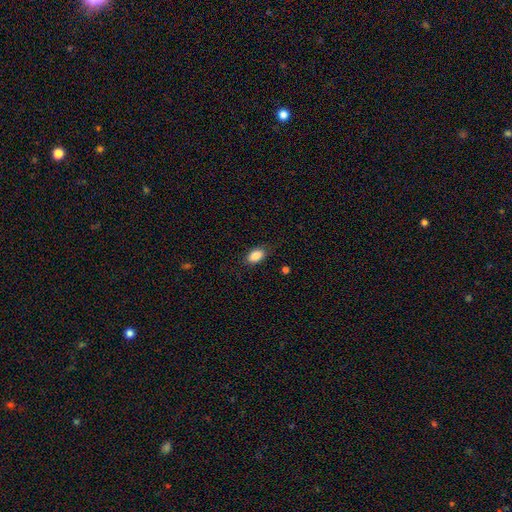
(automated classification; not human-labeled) Smooth or featured: smooth — 88% (star or artifact — 8%)
How rounded: in between — 90% (round — 7%)
Merging: none — 83% (minor disturbance — 13%)